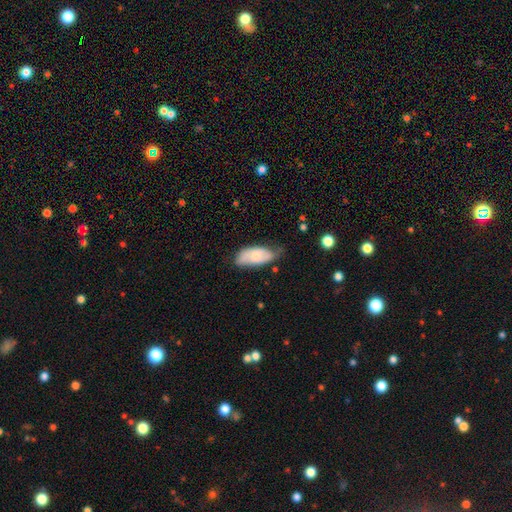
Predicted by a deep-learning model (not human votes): smooth_or_featured: smooth (p=0.64) [alt: featured or disk p=0.30]
how_rounded: in between (p=0.90) [alt: cigar-shaped p=0.08]
merging: none (p=0.50) [alt: minor disturbance p=0.38]